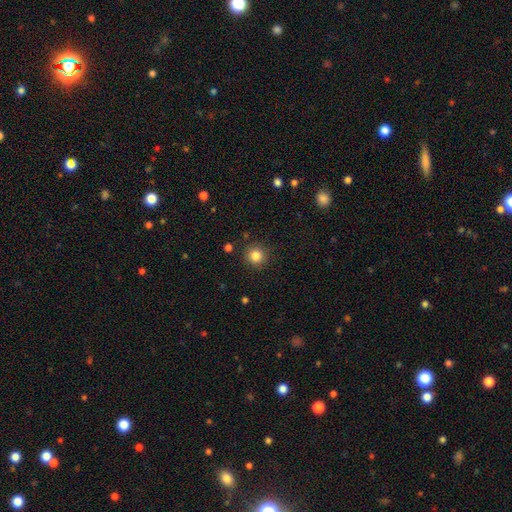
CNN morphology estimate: Smooth or featured?
  - smooth: 84% *
  - star or artifact: 11%
  - featured or disk: 5%
How rounded?
  - round: 94% *
  - in between: 5%
  - cigar-shaped: 1%
Merging?
  - none: 90% *
  - minor disturbance: 6%
  - major disturbance: 2%
  - merger: 2%